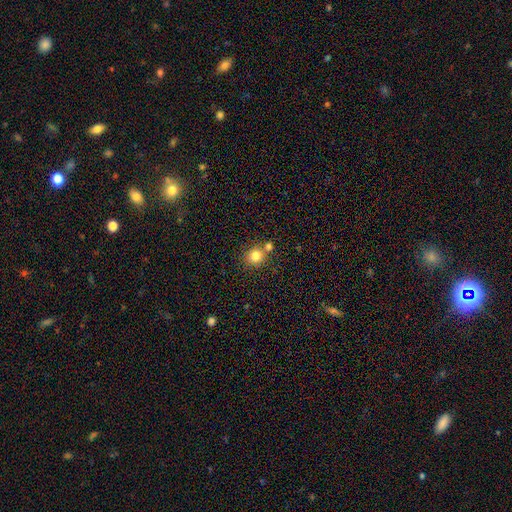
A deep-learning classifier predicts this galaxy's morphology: smooth-or-featured: smooth: 81% | star or artifact: 12% | featured or disk: 7%
  how-rounded: round: 88% | in between: 11% | cigar-shaped: 1%
  merging: none: 66% | merger: 23% | minor disturbance: 8% | major disturbance: 3%